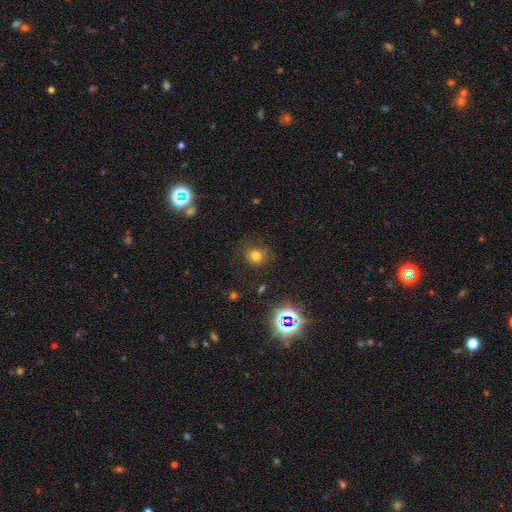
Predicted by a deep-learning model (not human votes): smooth_or_featured: smooth (p=0.73) [alt: star or artifact p=0.19]
how_rounded: round (p=0.80) [alt: in between p=0.19]
merging: none (p=0.77) [alt: minor disturbance p=0.15]